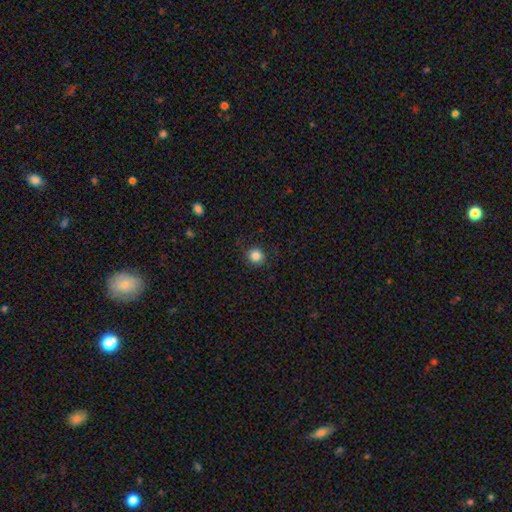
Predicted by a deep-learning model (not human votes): Smooth or featured? Predicted: smooth (p=0.85). How rounded? Predicted: round (p=0.92). Merging? Predicted: none (p=0.88).